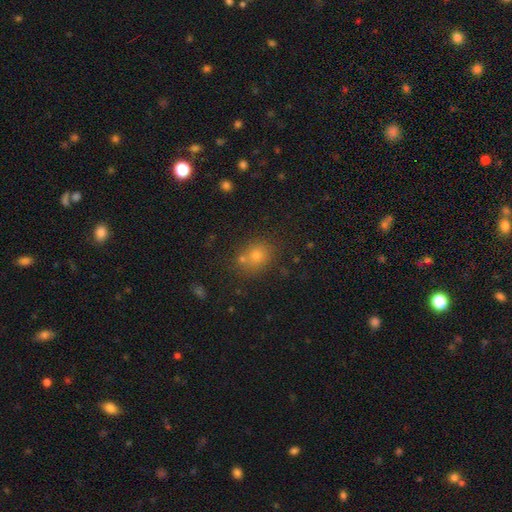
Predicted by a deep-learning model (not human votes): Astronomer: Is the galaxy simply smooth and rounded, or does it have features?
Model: smooth — 67%.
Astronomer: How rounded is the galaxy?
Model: round — 69%.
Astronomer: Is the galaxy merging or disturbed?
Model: none — 67%.